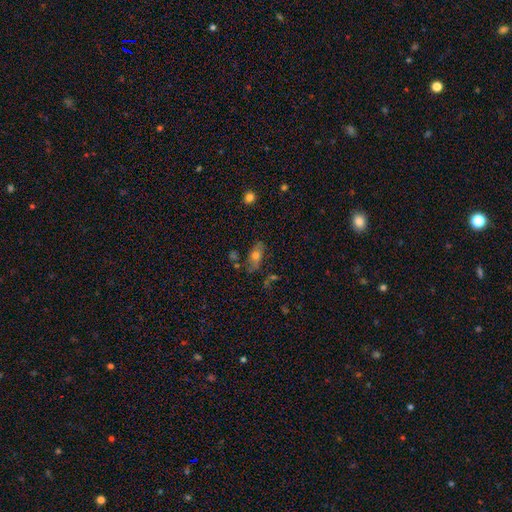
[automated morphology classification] Smooth or featured? Predicted: smooth (p=0.62). How rounded? Predicted: in between (p=0.80). Merging? Predicted: none (p=0.64).